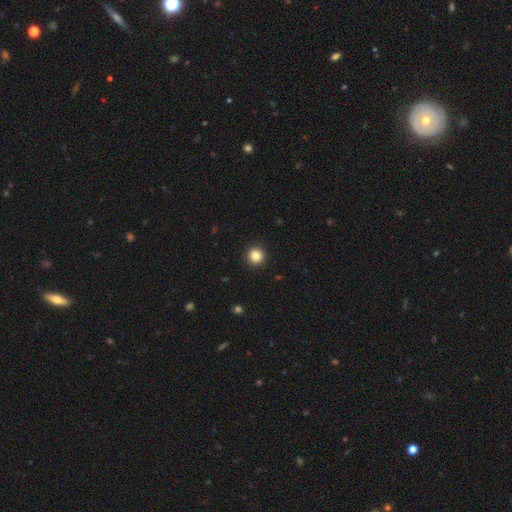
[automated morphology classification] Smooth or featured: smooth — 85% (star or artifact — 11%)
How rounded: round — 95% (in between — 4%)
Merging: none — 93% (minor disturbance — 4%)